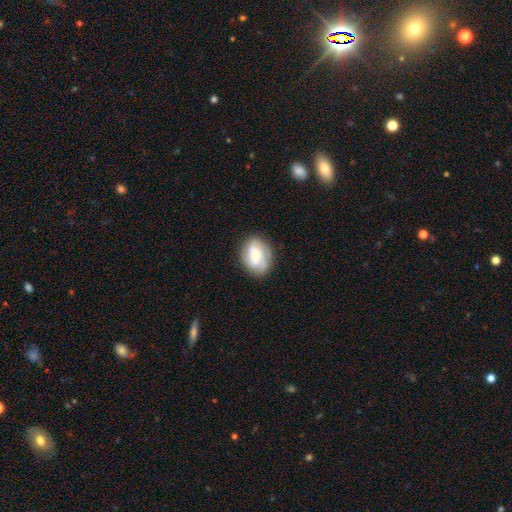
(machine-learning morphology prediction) This appears to be a featured or disk galaxy (55%) with no bar (50%), spiral arms (83%) and a small central bulge (49%). Merging: none (75%).